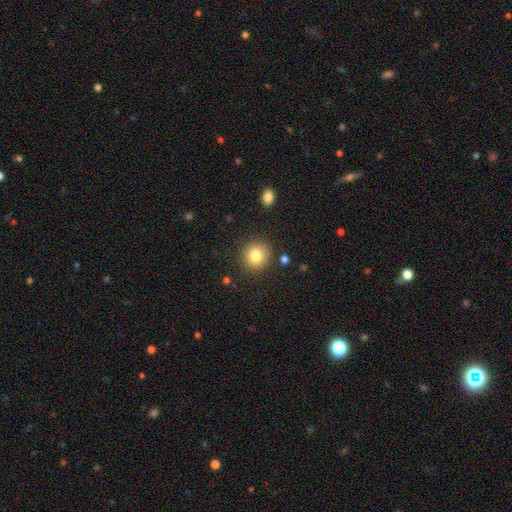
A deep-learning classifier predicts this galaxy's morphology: The model was most divided on "smooth or featured": smooth: 82%, star or artifact: 10%, featured or disk: 8%. More confident: how rounded — round (86%); merging — none (86%).